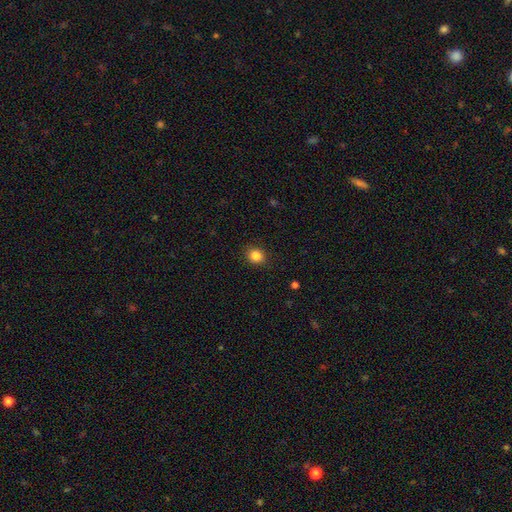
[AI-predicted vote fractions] A smooth galaxy with no disk features (85%) that is round (74%). Merging: none (89%).